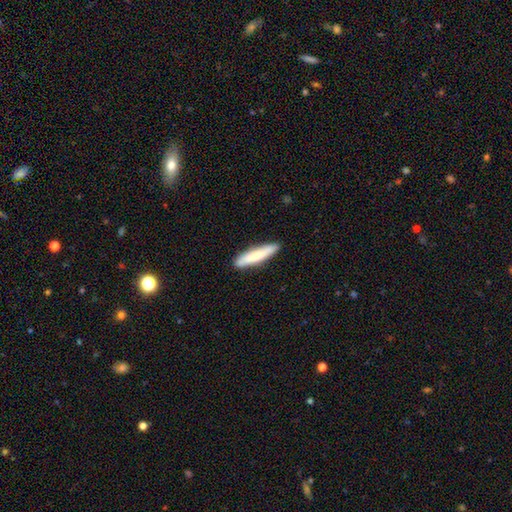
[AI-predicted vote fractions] Smooth or featured? Predicted: smooth (p=0.73). How rounded? Predicted: cigar-shaped (p=0.85). Merging? Predicted: none (p=0.89).